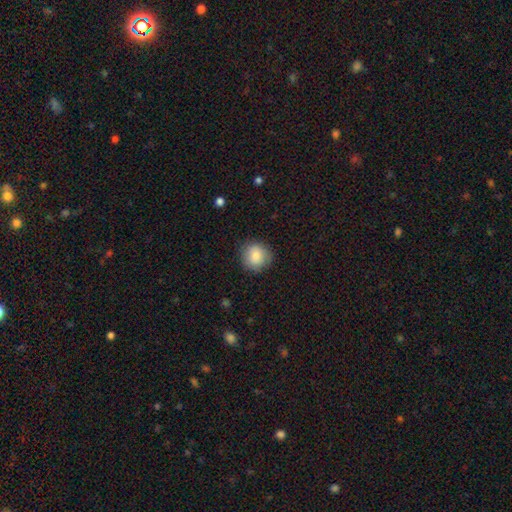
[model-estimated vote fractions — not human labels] This is clearly a smooth galaxy (82%). How rounded: clearly round (90%). Merging: clearly none (86%).